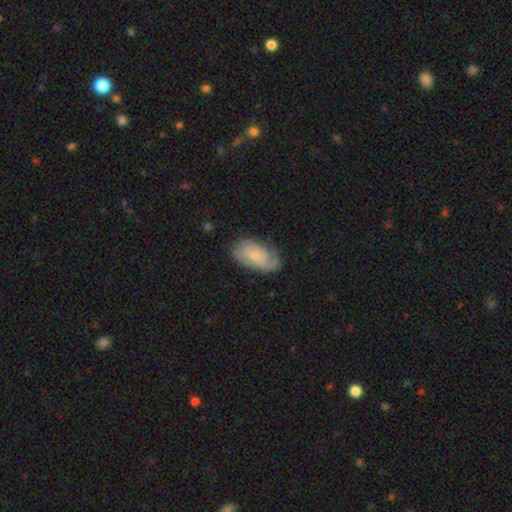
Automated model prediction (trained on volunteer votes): Smooth or featured? featured or disk (61%)
Edge-on disk? no (95%)
Bar? no (77%)
Spiral arms? yes (86%)
Spiral winding? tight (51%)
Spiral arm count? 1 (35%, tied with 2)
Bulge size? small (69%)
Merging? none (65%)